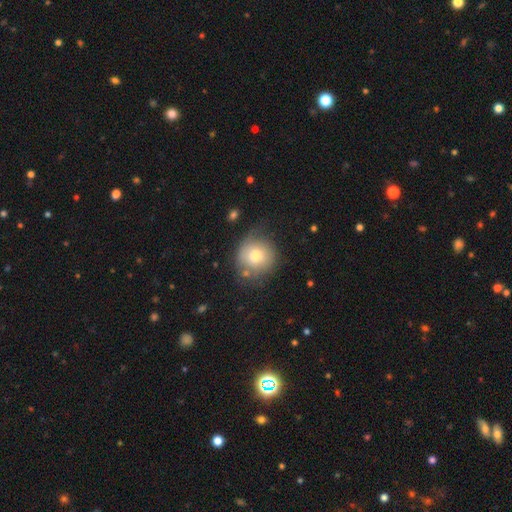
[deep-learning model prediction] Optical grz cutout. It shows a smooth galaxy with no disk features (72%) that is round (88%). Merging: none (63%).